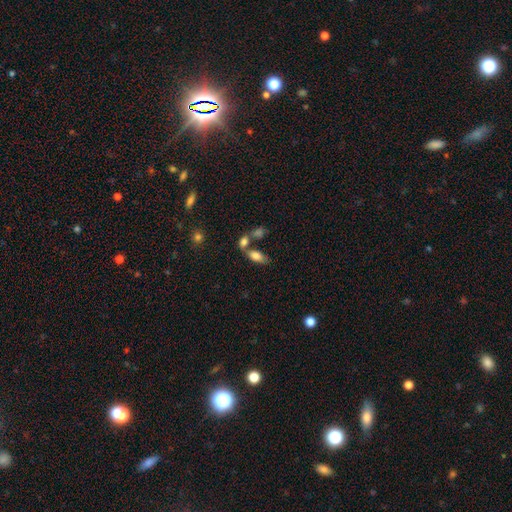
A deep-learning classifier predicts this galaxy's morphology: smooth-or-featured: smooth: 76% | featured or disk: 15% | star or artifact: 8%
  how-rounded: in between: 88% | cigar-shaped: 8% | round: 4%
  merging: none: 43% | merger: 39% | minor disturbance: 12% | major disturbance: 6%